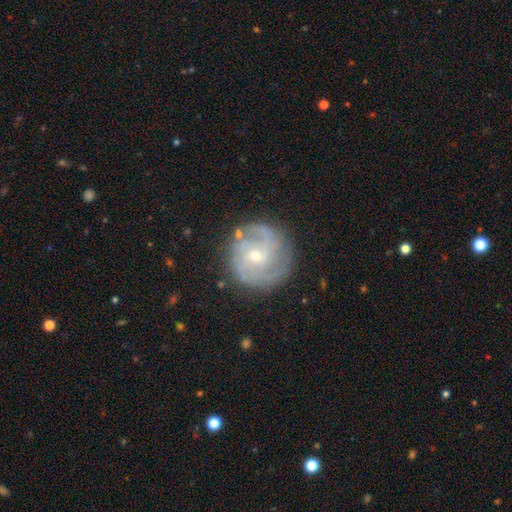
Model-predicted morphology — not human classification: Overall: featured or disk (82%). Edge-on disk: no (98%). Bar: no (58%; weak 35%). Spiral arms: yes (94%). Spiral arm count: 2 (40%; 3 27%). Spiral winding: tight (46%; medium 42%). Bulge size: small (64%; moderate 33%). Merging: none (80%).